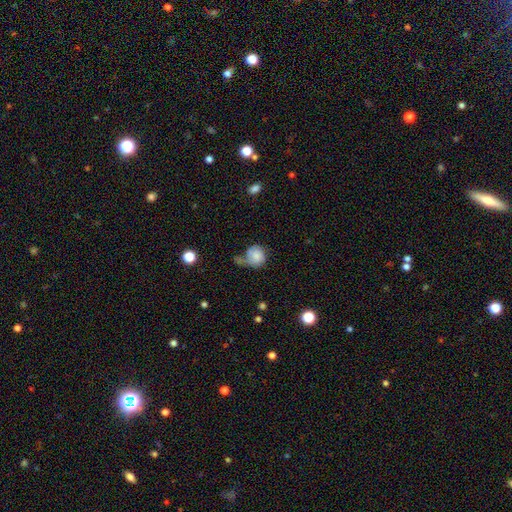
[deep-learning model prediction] Morphology: type=smooth (75%); roundness=round (78%); merging=none (33%).